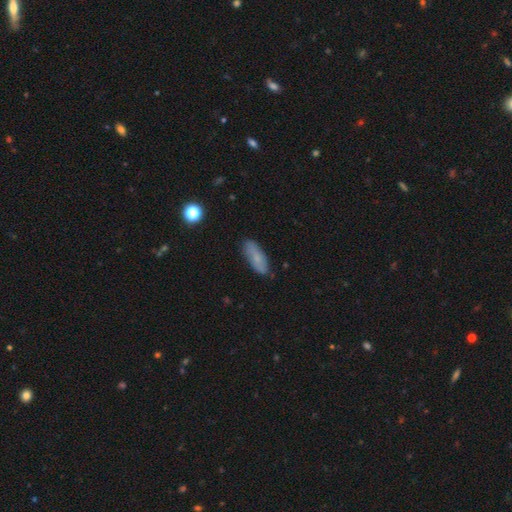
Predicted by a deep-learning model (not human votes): This appears to be a smooth galaxy with no disk features (73%) that is in between round and cigar-shaped (70%). Merging: none (78%).